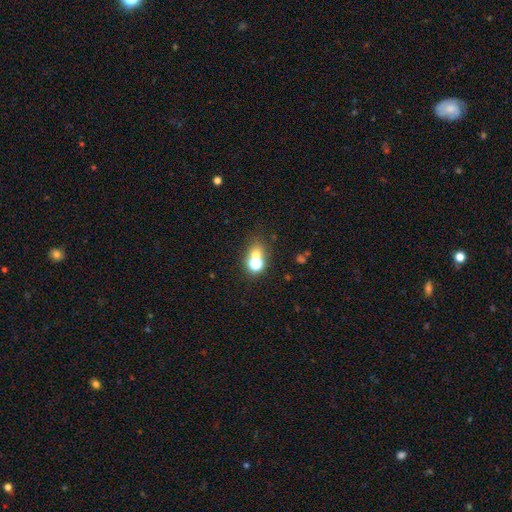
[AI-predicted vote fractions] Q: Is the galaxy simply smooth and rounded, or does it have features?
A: smooth — 61%.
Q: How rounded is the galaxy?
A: round — 67%.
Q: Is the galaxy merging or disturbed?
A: none — 45%.